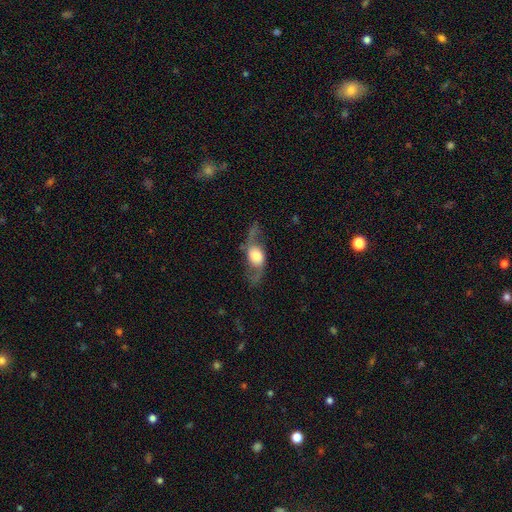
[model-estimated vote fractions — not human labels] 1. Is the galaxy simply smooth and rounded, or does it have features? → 69% featured or disk, 24% smooth, 7% star or artifact.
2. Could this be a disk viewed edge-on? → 81% no, 19% yes.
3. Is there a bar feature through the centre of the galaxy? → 66% no, 25% weak, 9% strong.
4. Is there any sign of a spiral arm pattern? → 85% yes, 15% no.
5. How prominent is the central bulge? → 42% large, 32% moderate, 14% dominant, 10% small, 2% none.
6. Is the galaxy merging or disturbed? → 62% none, 18% minor disturbance, 18% major disturbance, 2% merger.